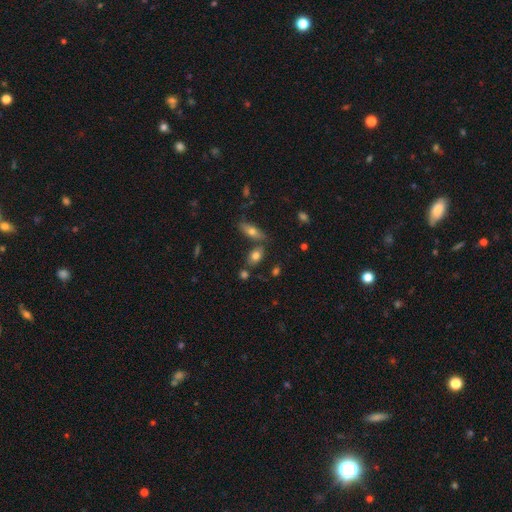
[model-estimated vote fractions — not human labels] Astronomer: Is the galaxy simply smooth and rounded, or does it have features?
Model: smooth — 74%.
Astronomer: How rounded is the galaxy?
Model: in between — 82%.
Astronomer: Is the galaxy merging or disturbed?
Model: none — 66%.